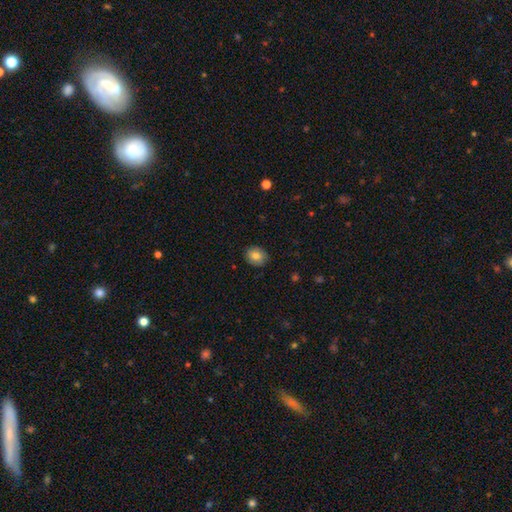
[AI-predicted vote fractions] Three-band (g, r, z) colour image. It shows a smooth galaxy with no disk features (81%) that is round (57%). Merging: none (84%).